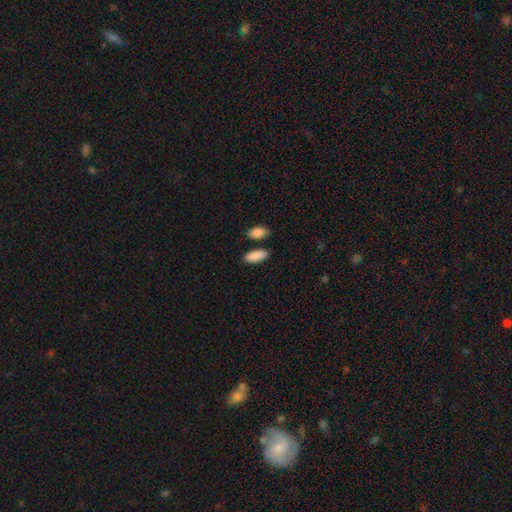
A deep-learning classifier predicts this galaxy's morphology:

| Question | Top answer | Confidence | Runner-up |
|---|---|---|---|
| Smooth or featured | smooth | 90% | star or artifact (6%) |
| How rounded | in between | 86% | cigar-shaped (11%) |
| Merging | none | 79% | minor disturbance (11%) |